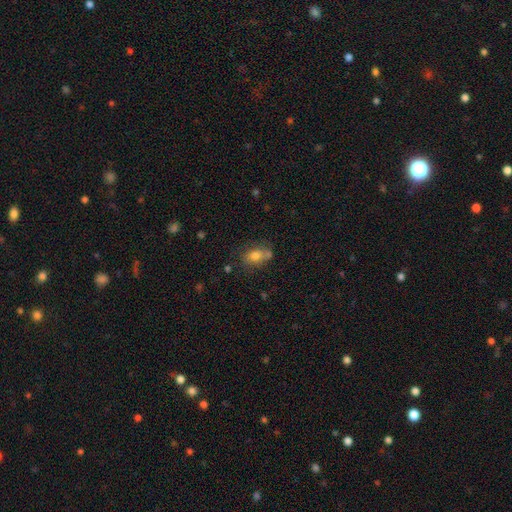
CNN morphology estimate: The model was most divided on "merging": none: 58%, merger: 20%, minor disturbance: 17%, major disturbance: 5%. More confident: smooth or featured — smooth (75%); how rounded — in between (70%).